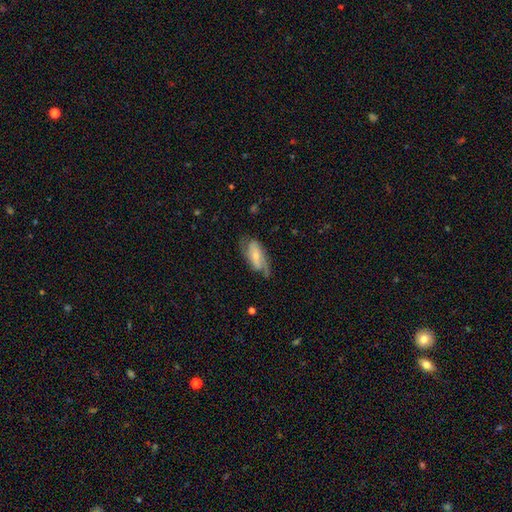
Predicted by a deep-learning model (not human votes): A featured or disk galaxy (65%) with no bar (40%), 2 (72%) medium (41%) spiral arms (87%) and a small central bulge (57%). Merging: none (58%).